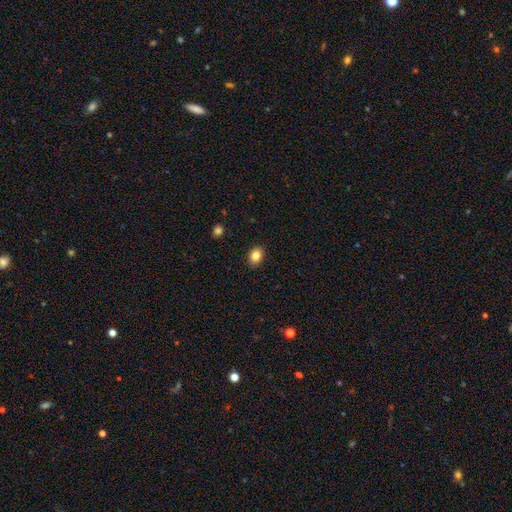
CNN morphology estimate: The model was most divided on "how rounded": in between: 66%, round: 33%, cigar-shaped: 1%. More confident: merging — none (88%); smooth or featured — smooth (84%).